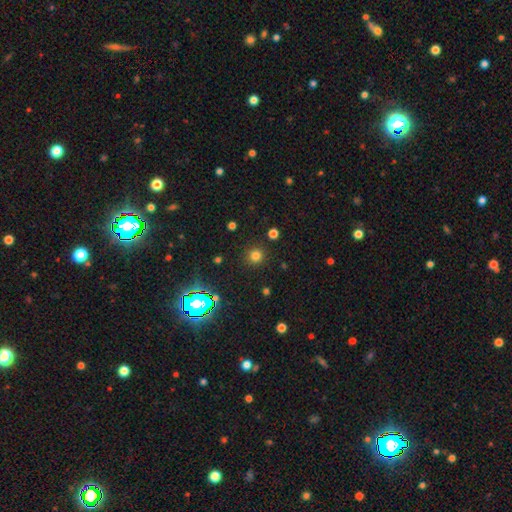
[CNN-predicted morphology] smooth-or-featured: smooth: 75% | star or artifact: 20% | featured or disk: 5%
  how-rounded: round: 92% | in between: 7% | cigar-shaped: 1%
  merging: none: 89% | minor disturbance: 6% | major disturbance: 3% | merger: 2%